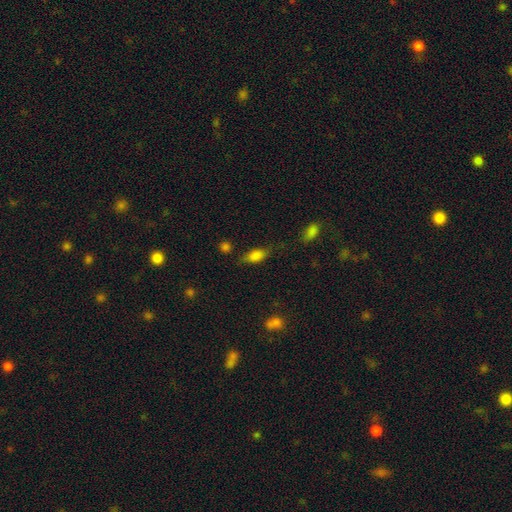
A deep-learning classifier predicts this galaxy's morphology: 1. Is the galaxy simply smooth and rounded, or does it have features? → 79% smooth, 11% star or artifact, 10% featured or disk.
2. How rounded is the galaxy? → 83% in between, 11% cigar-shaped, 6% round.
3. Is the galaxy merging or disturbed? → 61% none, 26% minor disturbance, 9% major disturbance, 4% merger.